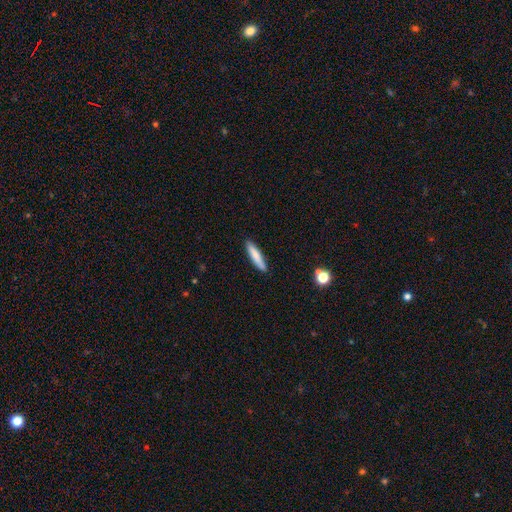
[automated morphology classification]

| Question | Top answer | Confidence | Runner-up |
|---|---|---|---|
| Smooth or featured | smooth | 79% | featured or disk (15%) |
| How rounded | cigar-shaped | 87% | in between (12%) |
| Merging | none | 89% | minor disturbance (8%) |